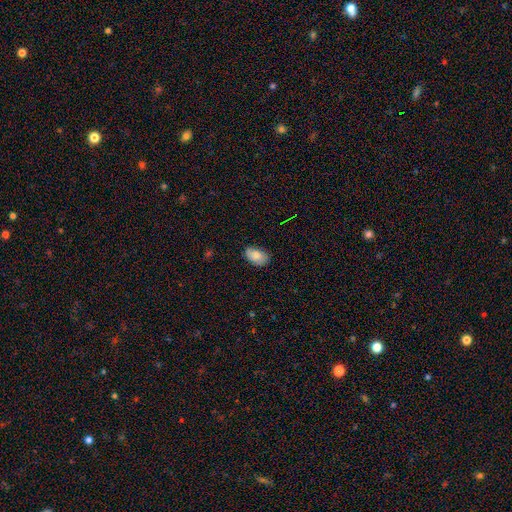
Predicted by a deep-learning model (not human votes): Smooth or featured? Predicted: smooth (p=0.78). How rounded? Predicted: in between (p=0.91). Merging? Predicted: none (p=0.75).